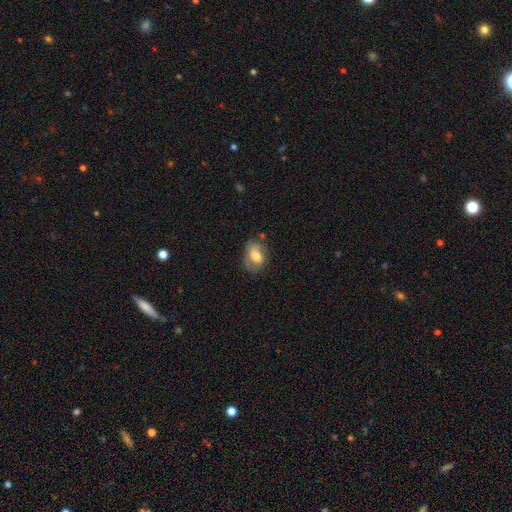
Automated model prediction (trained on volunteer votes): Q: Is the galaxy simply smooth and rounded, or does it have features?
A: smooth — 62%.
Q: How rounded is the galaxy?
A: in between — 80%.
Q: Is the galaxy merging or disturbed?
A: none — 51%.